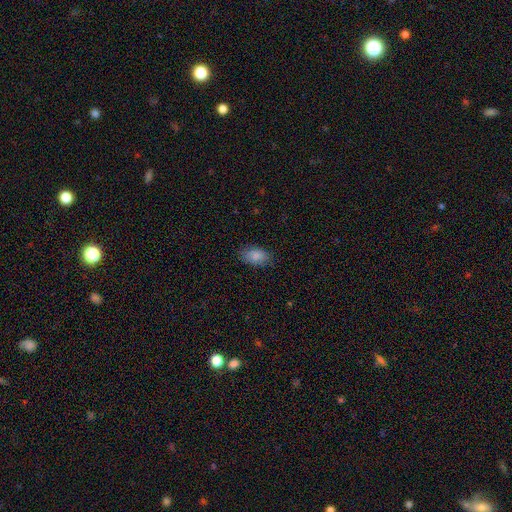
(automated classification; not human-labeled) Smooth or featured? Predicted: smooth (p=0.87). How rounded? Predicted: in between (p=0.91). Merging? Predicted: none (p=0.82).